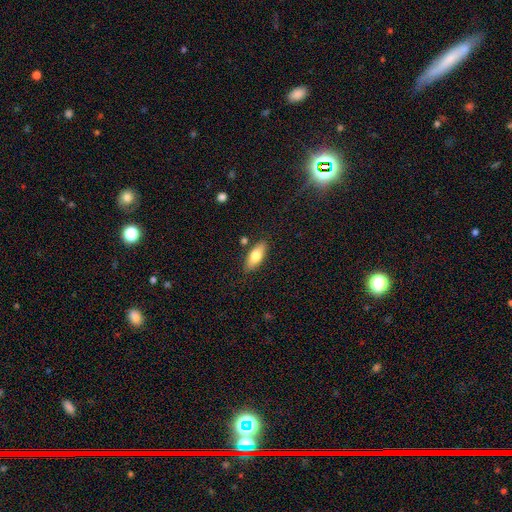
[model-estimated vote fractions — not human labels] A smooth galaxy with no disk features (73%) that is in between round and cigar-shaped (80%).

Vote fractions:
- Smooth or featured? smooth: 73% / featured or disk: 21% / star or artifact: 6%
- How rounded? in between: 80% / cigar-shaped: 17% / round: 3%
- Merging? none: 83% / minor disturbance: 11% / merger: 4% / major disturbance: 2%